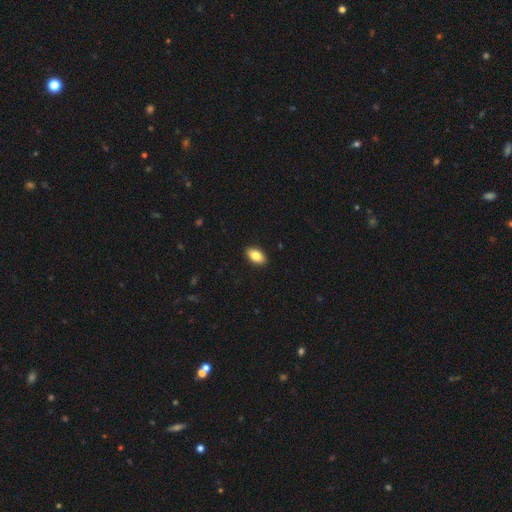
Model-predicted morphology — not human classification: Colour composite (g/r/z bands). It shows a smooth galaxy with no disk features (84%) that is in between round and cigar-shaped (92%). Merging: none (91%).